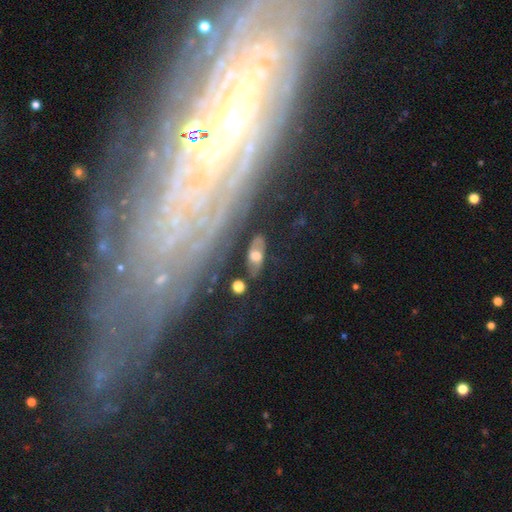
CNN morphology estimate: smooth 48%, featured or disk 44%, star or artifact 9%. Down the decision tree: merging — none (71%).